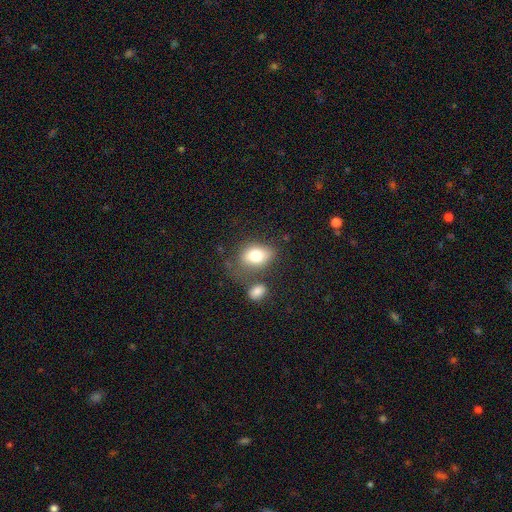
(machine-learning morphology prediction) smooth-or-featured: smooth: 78% | featured or disk: 13% | star or artifact: 8%
  how-rounded: in between: 81% | round: 18% | cigar-shaped: 1%
  merging: none: 51% | minor disturbance: 22% | merger: 15% | major disturbance: 12%